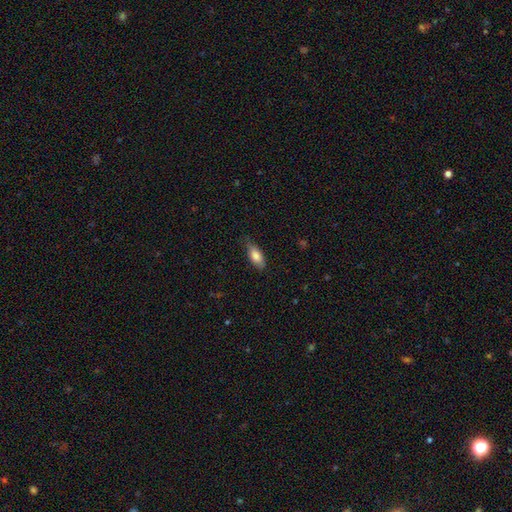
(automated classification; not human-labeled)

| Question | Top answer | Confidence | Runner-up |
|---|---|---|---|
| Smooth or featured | smooth | 82% | featured or disk (11%) |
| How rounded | in between | 82% | cigar-shaped (15%) |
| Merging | none | 71% | minor disturbance (23%) |